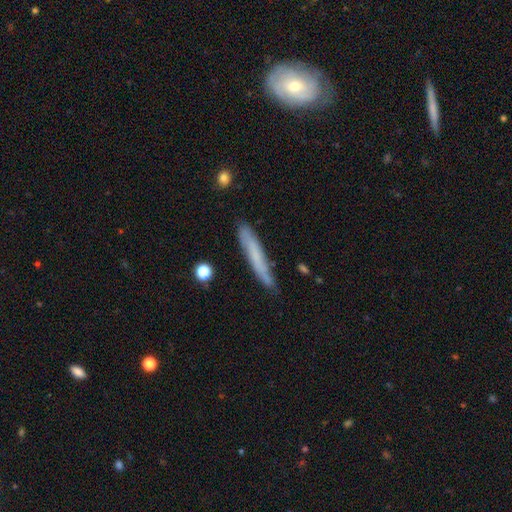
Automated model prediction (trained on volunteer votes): Morphology: type=smooth (61%); roundness=cigar-shaped (94%); merging=none (80%).